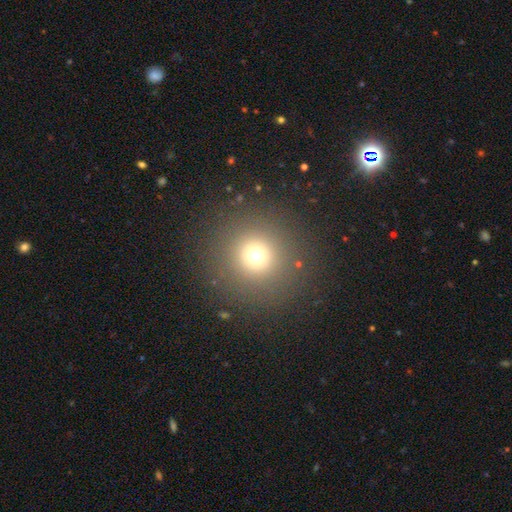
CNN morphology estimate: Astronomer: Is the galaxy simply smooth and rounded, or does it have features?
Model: smooth — 69%.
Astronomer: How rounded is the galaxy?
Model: round — 95%.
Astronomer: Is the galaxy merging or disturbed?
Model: none — 89%.